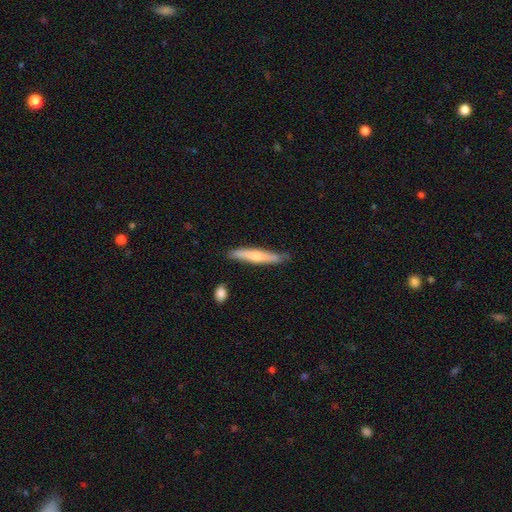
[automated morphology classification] Smooth or featured? smooth (55%)
How rounded? cigar-shaped (92%)
Merging? none (80%)